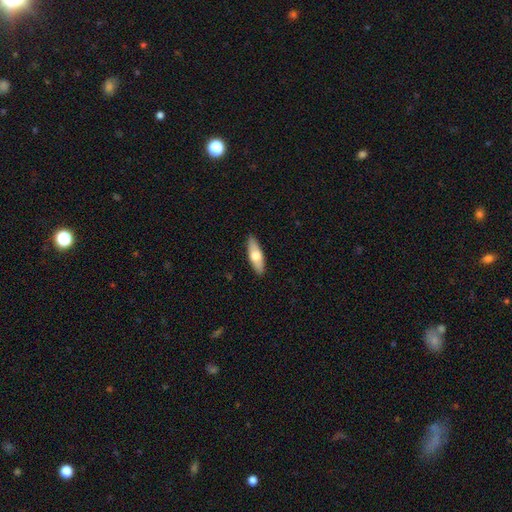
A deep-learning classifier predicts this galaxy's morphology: smooth-or-featured: smooth: 63% | featured or disk: 32% | star or artifact: 5%
  how-rounded: in between: 58% | cigar-shaped: 39% | round: 2%
  merging: none: 89% | minor disturbance: 8% | major disturbance: 2% | merger: 1%